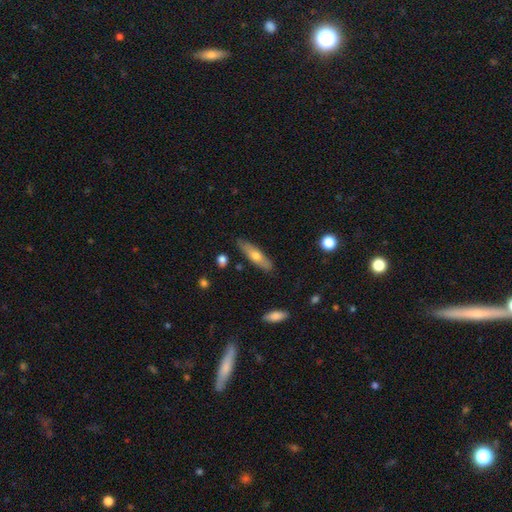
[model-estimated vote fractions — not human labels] Smooth or featured? smooth (56%)
How rounded? cigar-shaped (65%)
Merging? none (85%)